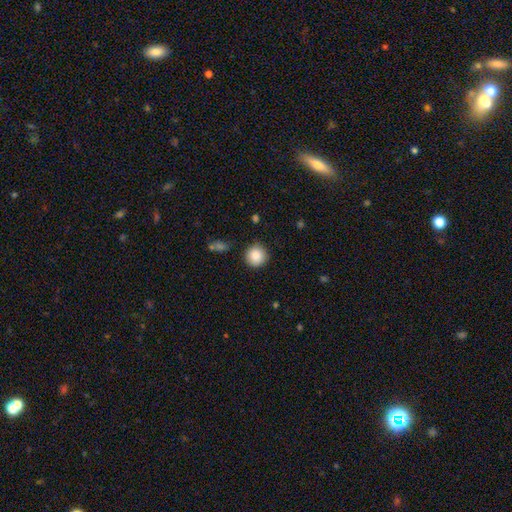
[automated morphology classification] The model was most divided on "smooth or featured": smooth: 87%, star or artifact: 8%, featured or disk: 5%. More confident: how rounded — round (94%); merging — none (89%).